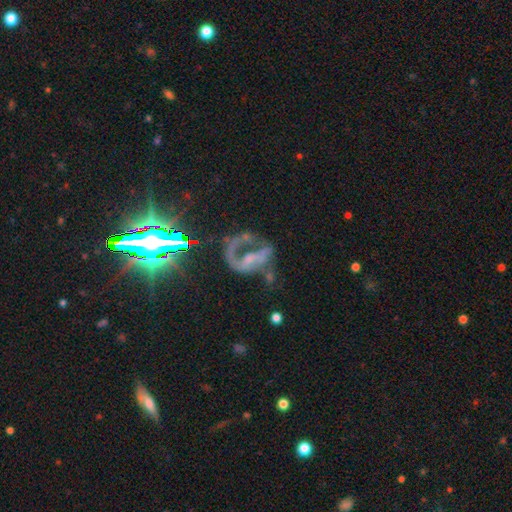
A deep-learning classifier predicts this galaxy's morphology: Smooth or featured? Predicted: featured or disk (p=0.67). Edge-on disk? Predicted: no (p=0.97). Bar? Predicted: no (p=0.48). Spiral arms? Predicted: yes (p=0.63). Bulge size? Predicted: none (p=0.39). Merging? Predicted: major disturbance (p=0.47).